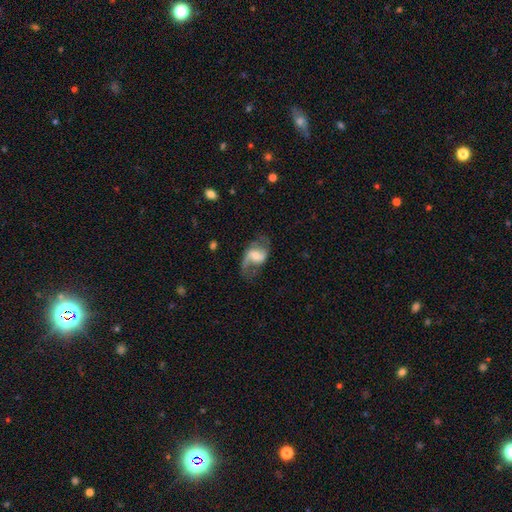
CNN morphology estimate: Overall: featured or disk (76%). Edge-on disk: no (97%). Bar: weak (47%; no 32%). Spiral arms: yes (91%). Spiral arm count: 2 (78%). Spiral winding: loose (62%; medium 31%). Bulge size: moderate (46%; small 39%). Merging: none (57%; major disturbance 21%).